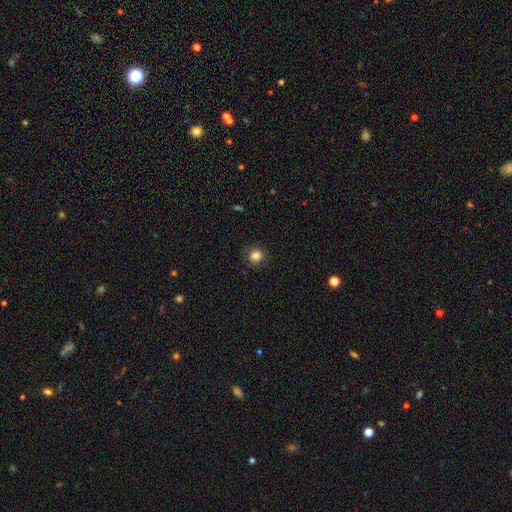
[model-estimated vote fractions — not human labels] This is clearly a smooth galaxy (85%). How rounded: clearly round (89%). Merging: clearly none (86%).